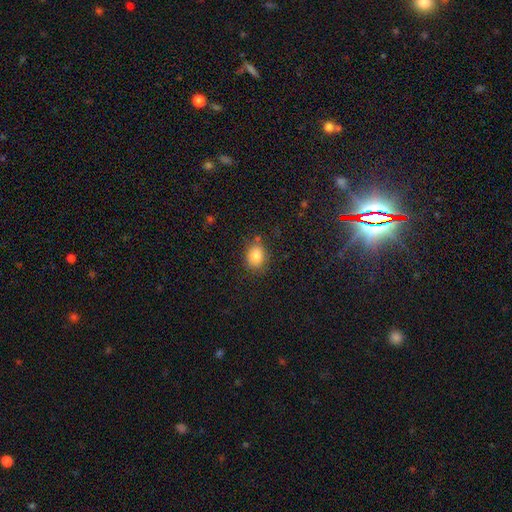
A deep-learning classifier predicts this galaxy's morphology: Smooth or featured? smooth (82%)
How rounded? round (50%)
Merging? none (77%)